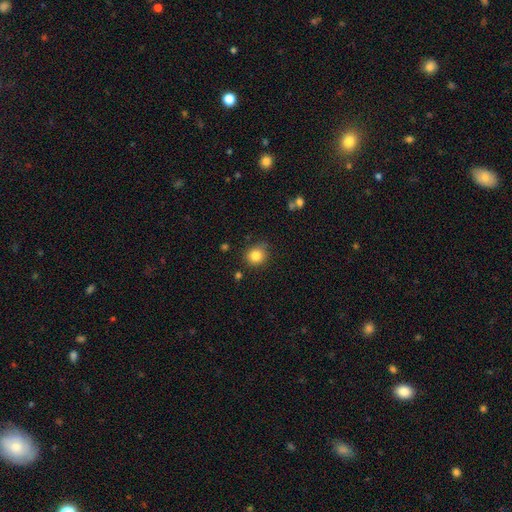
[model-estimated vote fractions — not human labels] A smooth galaxy with no disk features (83%) that is round (80%).

Vote fractions:
- Smooth or featured? smooth: 83% / star or artifact: 11% / featured or disk: 6%
- How rounded? round: 80% / in between: 19% / cigar-shaped: 1%
- Merging? none: 77% / minor disturbance: 17% / major disturbance: 4% / merger: 3%